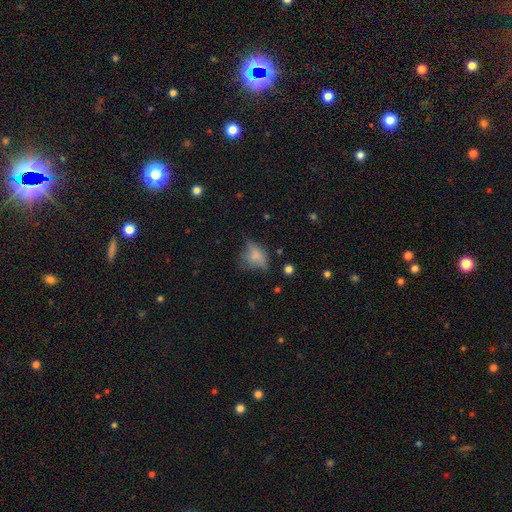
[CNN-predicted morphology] Smooth or featured? smooth (66%)
How rounded? in between (64%)
Merging? none (44%)